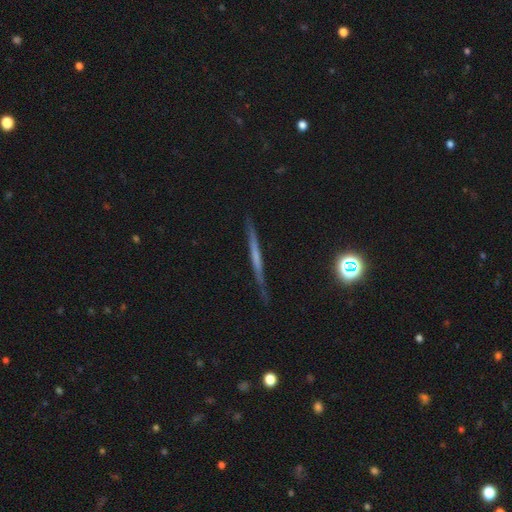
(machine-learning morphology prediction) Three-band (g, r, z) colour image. It shows a featured or disk galaxy (55%) viewed edge-on (96%) with no central bulge (82%). Merging: none (84%).